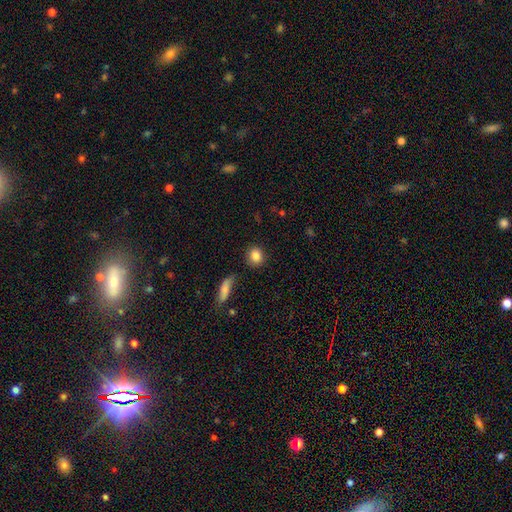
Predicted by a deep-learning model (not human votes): Q: Smooth or featured?
A: smooth (85%); runner-up: star or artifact (8%)
Q: How rounded?
A: round (76%); runner-up: in between (22%)
Q: Merging?
A: none (85%); runner-up: minor disturbance (9%)